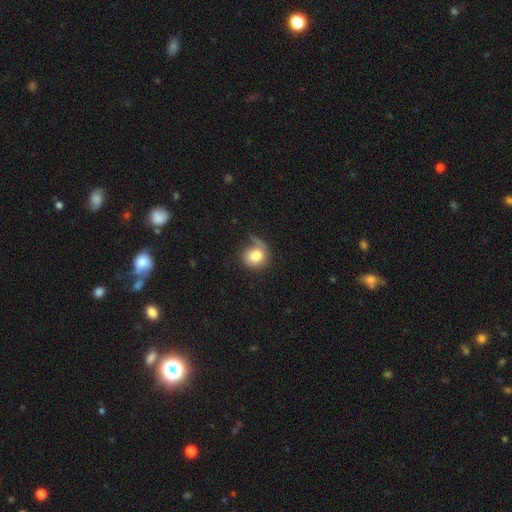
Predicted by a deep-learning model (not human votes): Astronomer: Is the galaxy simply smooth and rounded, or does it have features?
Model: smooth — 76%.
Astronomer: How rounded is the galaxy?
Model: round — 73%.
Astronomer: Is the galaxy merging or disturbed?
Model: none — 45% (runner-up: major disturbance, 22%).